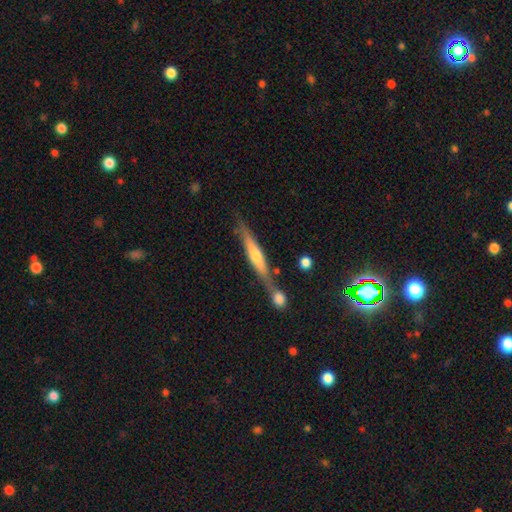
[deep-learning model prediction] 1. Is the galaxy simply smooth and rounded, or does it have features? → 58% featured or disk, 36% smooth, 7% star or artifact.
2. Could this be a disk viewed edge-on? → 93% yes, 7% no.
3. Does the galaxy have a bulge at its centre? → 70% rounded, 19% none, 12% boxy.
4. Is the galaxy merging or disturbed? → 60% none, 21% merger, 14% minor disturbance, 4% major disturbance.